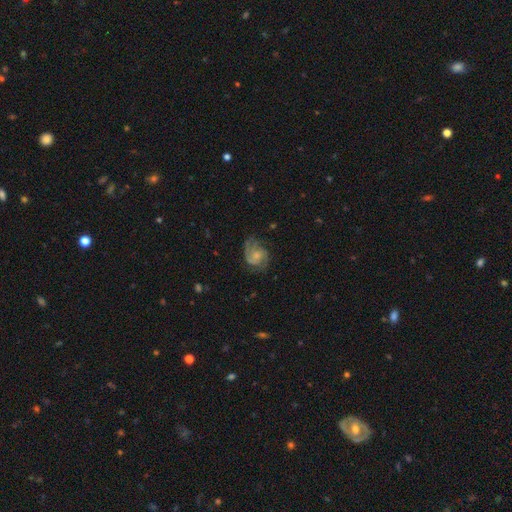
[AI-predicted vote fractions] The model was most divided on "spiral winding": medium: 49%, tight: 32%, loose: 19%. More confident: edge-on disk — no (98%); spiral arms — yes (95%); smooth or featured — featured or disk (78%); bar — no (64%); merging — none (64%); spiral arm count — 2 (59%); bulge size — small (58%).